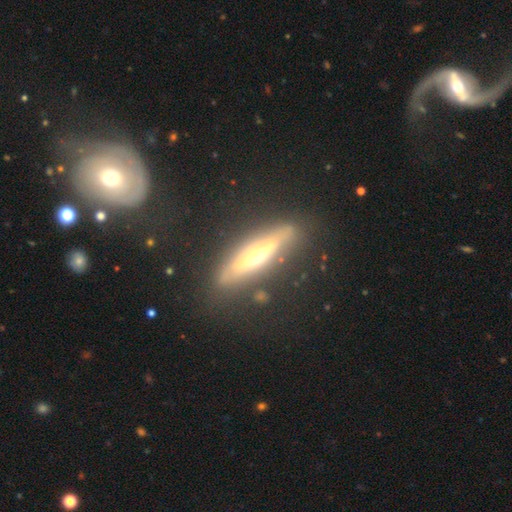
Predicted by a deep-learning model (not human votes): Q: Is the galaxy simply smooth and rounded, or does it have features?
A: featured or disk — 71%.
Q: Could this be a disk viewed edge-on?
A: yes — 83%.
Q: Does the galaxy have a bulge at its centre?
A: rounded — 81%.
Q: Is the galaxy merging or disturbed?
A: none — 77%.